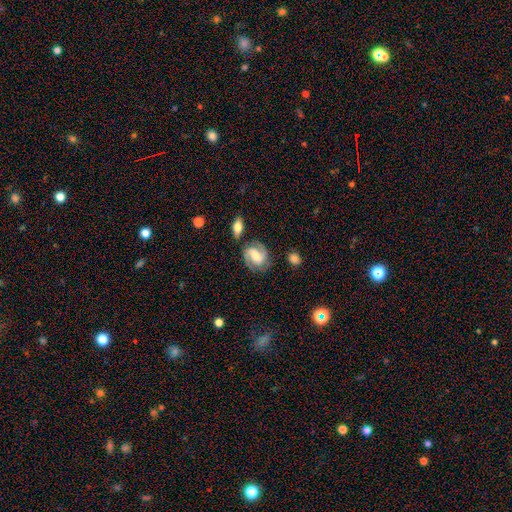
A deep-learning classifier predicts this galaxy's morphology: Overall: featured or disk (74%). Edge-on disk: no (97%). Bar: weak (45%; no 36%). Spiral arms: yes (94%). Spiral arm count: 2 (73%). Spiral winding: medium (48%; tight 33%). Bulge size: moderate (46%; small 35%). Merging: none (71%).